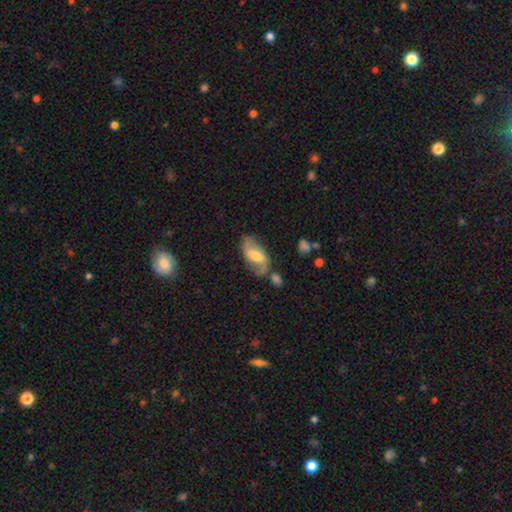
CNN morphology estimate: smooth-or-featured: featured or disk: 68% | smooth: 25% | star or artifact: 7%
  disk-edge-on: no: 94% | yes: 6%
    bar: weak: 46% | no: 32% | strong: 22%
    has-spiral-arms: yes: 89% | no: 11%
      spiral-winding: loose: 48% | medium: 39% | tight: 13%
      spiral-arm-count: 2: 88% | can't tell: 6% | 1: 3% | 3: 1% | 4: 1% | more than 4: 1%
    bulge-size: moderate: 50% | small: 29% | large: 13% | none: 6% | dominant: 2%
  merging: none: 65% | minor disturbance: 19% | major disturbance: 8% | merger: 7%